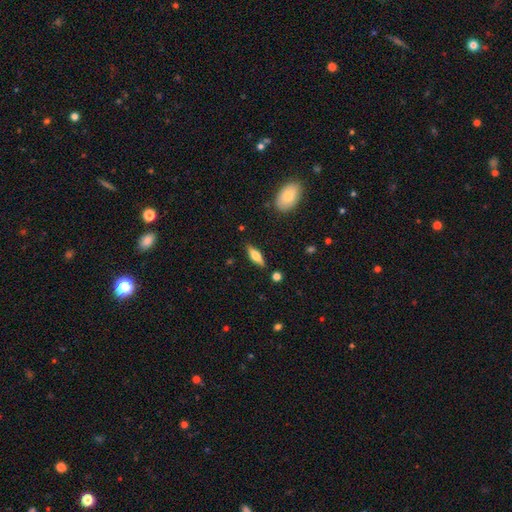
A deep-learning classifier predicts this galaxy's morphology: smooth-or-featured: smooth: 48% | featured or disk: 45% | star or artifact: 6%
  merging: none: 85% | minor disturbance: 10% | merger: 3% | major disturbance: 2%